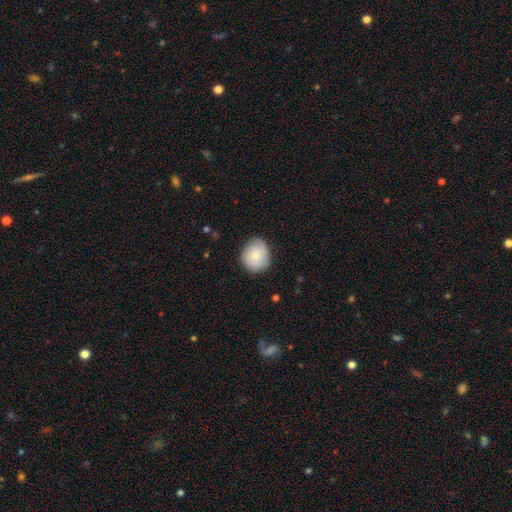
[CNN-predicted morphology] A smooth galaxy with no disk features (74%) that is round (72%).

Vote fractions:
- Smooth or featured? smooth: 74% / featured or disk: 20% / star or artifact: 7%
- How rounded? round: 72% / in between: 27% / cigar-shaped: 1%
- Merging? none: 76% / minor disturbance: 19% / major disturbance: 4% / merger: 1%